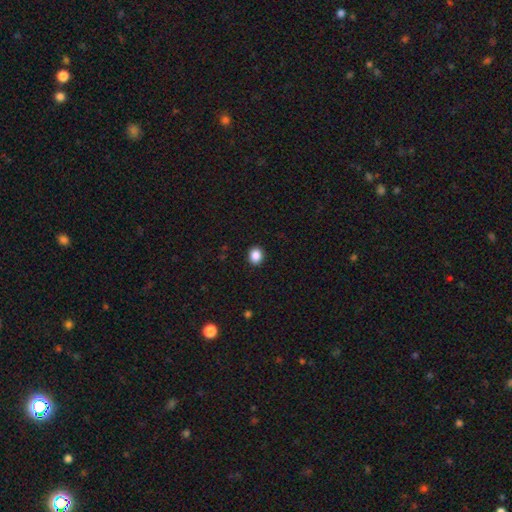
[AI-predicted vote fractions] Smooth or featured?
  - smooth: 87% *
  - star or artifact: 10%
  - featured or disk: 3%
How rounded?
  - round: 67% *
  - in between: 32%
  - cigar-shaped: 1%
Merging?
  - none: 92% *
  - minor disturbance: 5%
  - major disturbance: 2%
  - merger: 1%